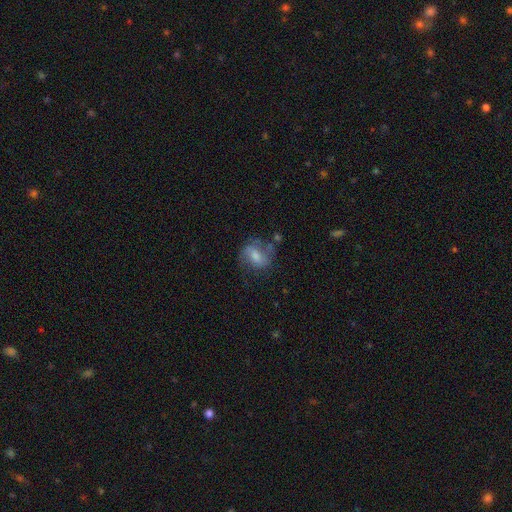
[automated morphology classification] Overall: smooth (49%; featured or disk 42%). Merging: none (54%; minor disturbance 24%).